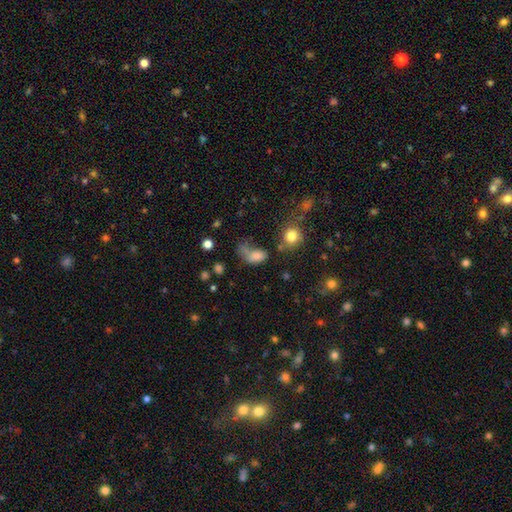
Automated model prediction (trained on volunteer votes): A smooth galaxy with no disk features (74%) that is in between round and cigar-shaped (81%). Merging: none (29%).